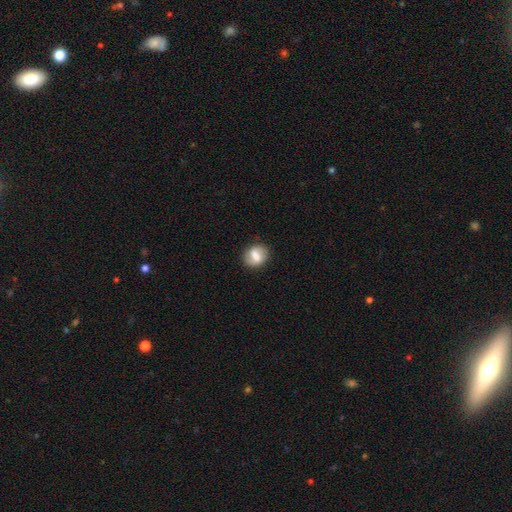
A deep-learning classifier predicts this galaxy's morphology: Smooth or featured? smooth (55%)
How rounded? round (55%)
Merging? none (82%)